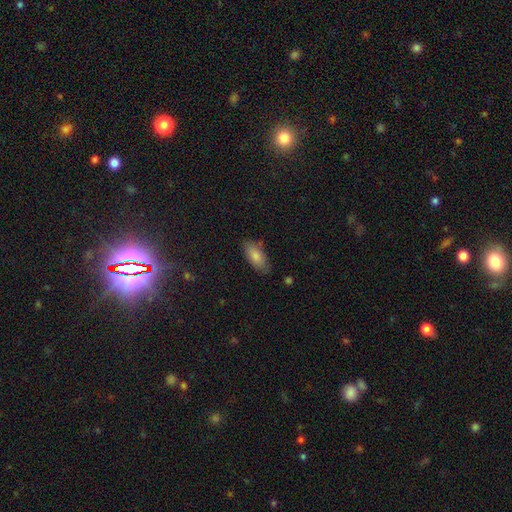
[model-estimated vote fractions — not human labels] This is clearly a smooth galaxy (83%). How rounded: clearly in between (85%). Merging: likely none (76%).